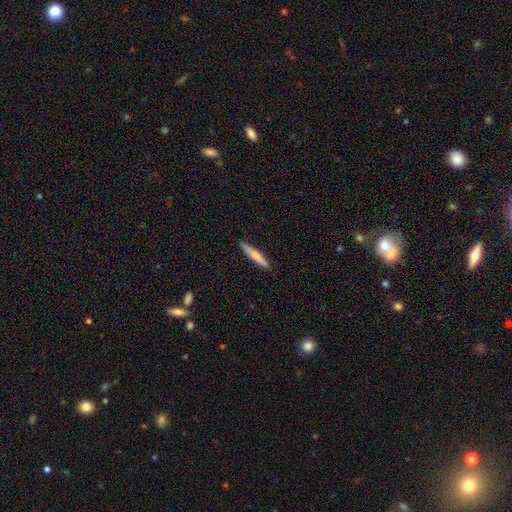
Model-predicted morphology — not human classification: A smooth galaxy with no disk features (76%) that is cigar-shaped (93%).

Vote fractions:
- Smooth or featured? smooth: 76% / featured or disk: 19% / star or artifact: 5%
- How rounded? cigar-shaped: 93% / in between: 6% / round: 1%
- Merging? none: 91% / minor disturbance: 7% / major disturbance: 1% / merger: 1%